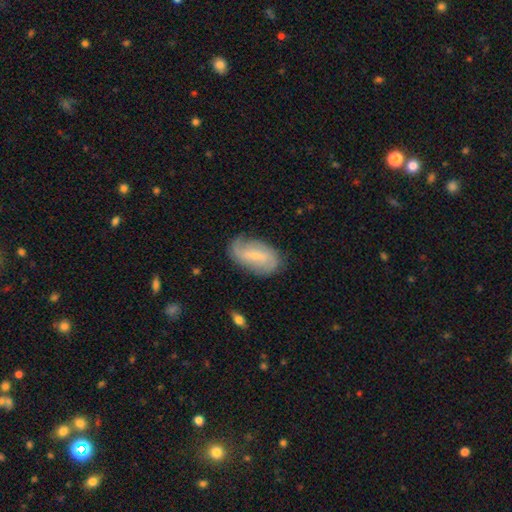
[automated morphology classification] A featured or disk galaxy (69%) with a weak bar (50%), 2 (61%) medium (38%) spiral arms (87%) and a small central bulge (71%). Merging: none (73%).